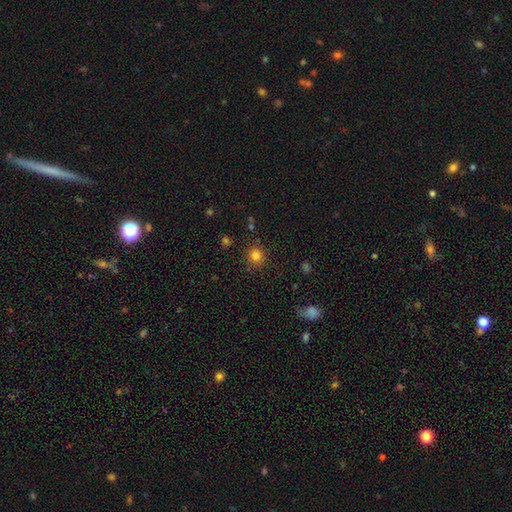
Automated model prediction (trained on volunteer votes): Smooth or featured? Predicted: smooth (p=0.81). How rounded? Predicted: round (p=0.88). Merging? Predicted: none (p=0.86).